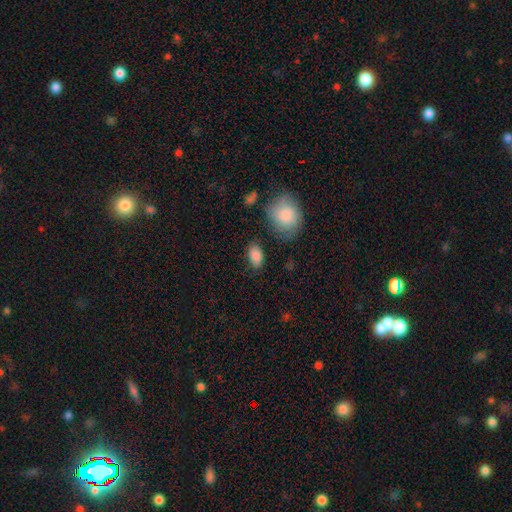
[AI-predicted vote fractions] Smooth or featured?
  - smooth: 87% *
  - star or artifact: 7%
  - featured or disk: 5%
How rounded?
  - in between: 90% *
  - round: 8%
  - cigar-shaped: 2%
Merging?
  - none: 80% *
  - minor disturbance: 13%
  - major disturbance: 4%
  - merger: 3%